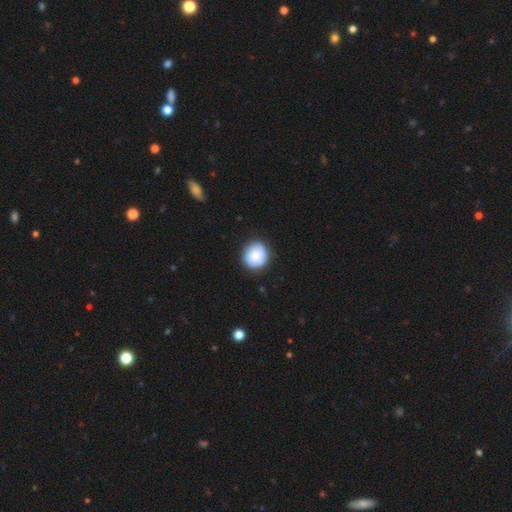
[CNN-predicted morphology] This appears to be a smooth galaxy with no disk features (81%) that is round (83%). Merging: none (85%).